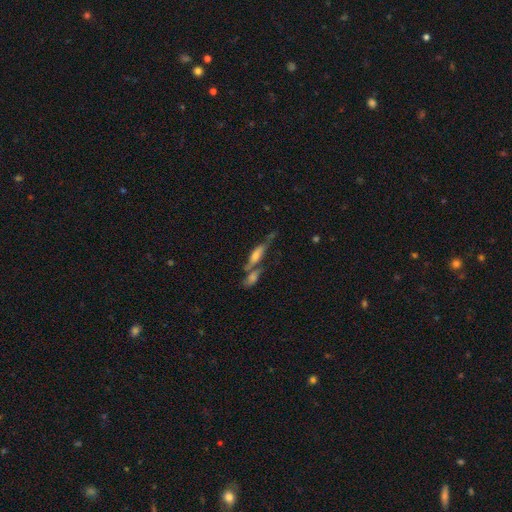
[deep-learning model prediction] Smooth or featured: featured or disk — 58% (smooth — 30%)
Edge-on disk: yes — 82% (no — 18%)
Merging: none — 46% (merger — 36%)